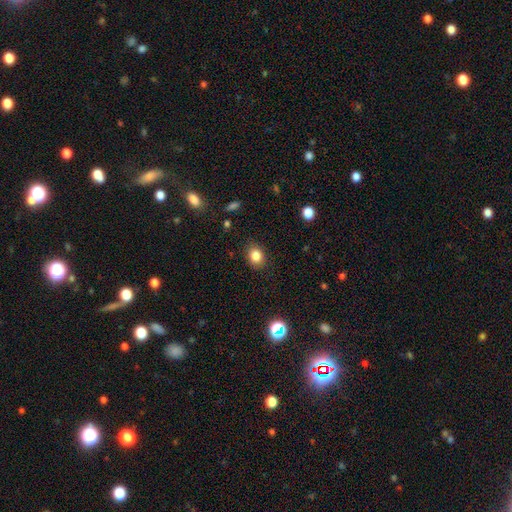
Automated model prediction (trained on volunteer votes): Morphology: type=smooth (84%); roundness=round (50%); merging=none (87%).